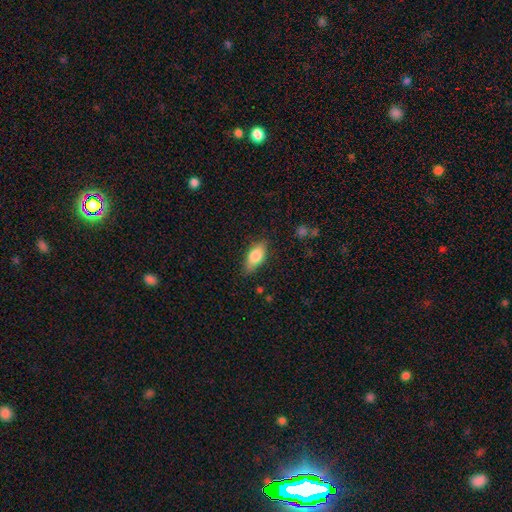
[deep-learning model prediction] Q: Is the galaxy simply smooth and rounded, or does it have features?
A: smooth — 77%.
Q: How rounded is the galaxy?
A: in between — 81%.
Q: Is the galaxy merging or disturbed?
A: none — 81%.